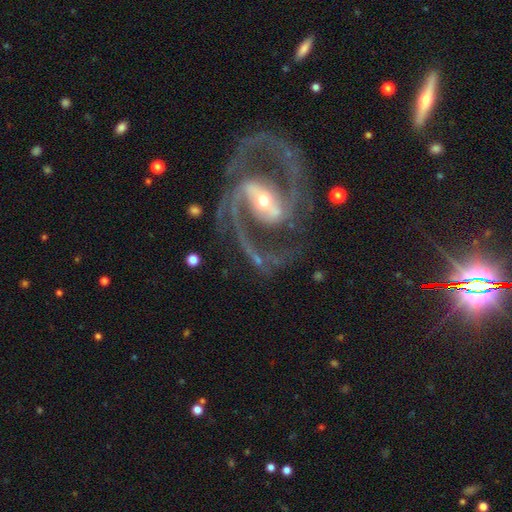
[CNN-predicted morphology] The model was most divided on "bulge size": moderate: 47%, small: 46%, large: 4%, none: 1%, dominant: 1%. More confident: spiral arms — yes (98%); edge-on disk — no (98%); smooth or featured — featured or disk (93%); spiral arm count — 2 (88%); merging — none (71%); spiral winding — medium (65%); bar — strong (56%).